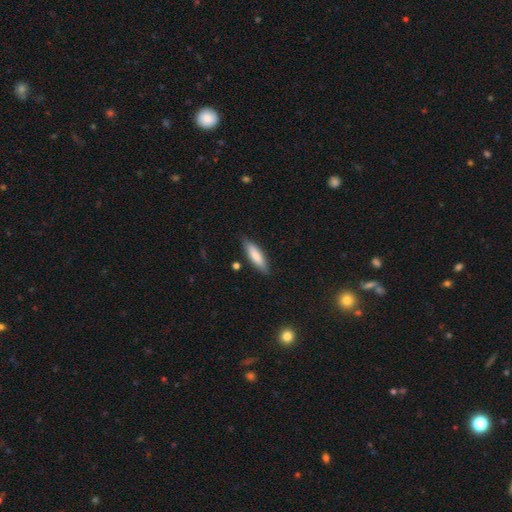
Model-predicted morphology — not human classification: smooth_or_featured: smooth (p=0.81) [alt: featured or disk p=0.14]
how_rounded: cigar-shaped (p=0.63) [alt: in between p=0.36]
merging: none (p=0.84) [alt: minor disturbance p=0.12]